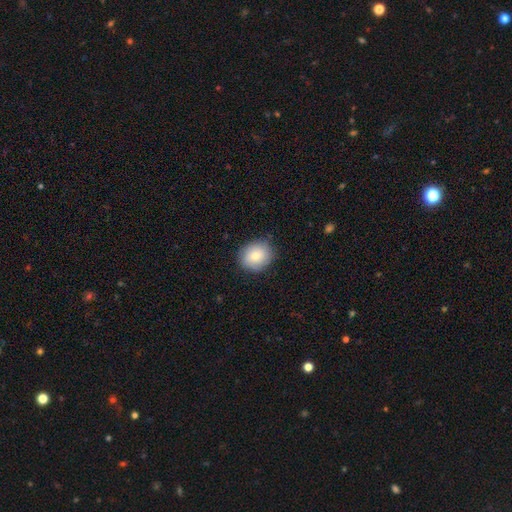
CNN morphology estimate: A smooth galaxy with no disk features (81%) that is round (66%). Merging: none (84%).